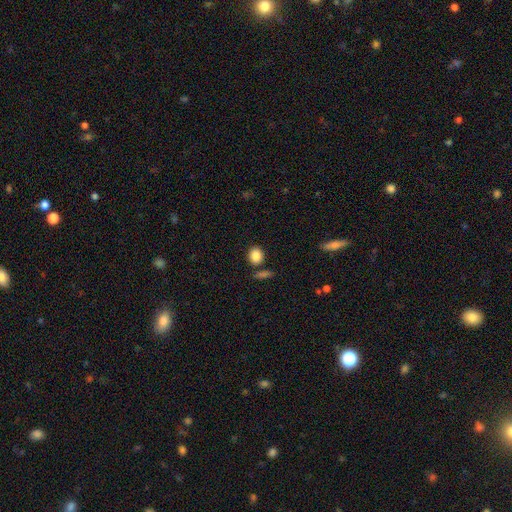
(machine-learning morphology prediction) smooth-or-featured: smooth: 86% | star or artifact: 8% | featured or disk: 6%
  how-rounded: round: 63% | in between: 35% | cigar-shaped: 1%
  merging: none: 78% | minor disturbance: 10% | merger: 9% | major disturbance: 3%